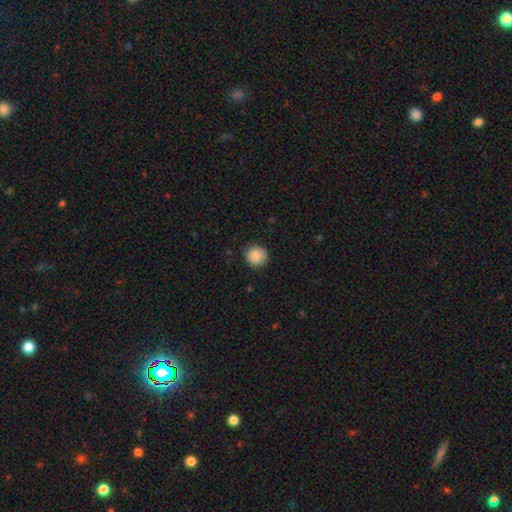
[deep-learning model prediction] Q: Smooth or featured?
A: smooth (88%); runner-up: star or artifact (8%)
Q: How rounded?
A: round (94%); runner-up: in between (5%)
Q: Merging?
A: none (88%); runner-up: minor disturbance (9%)